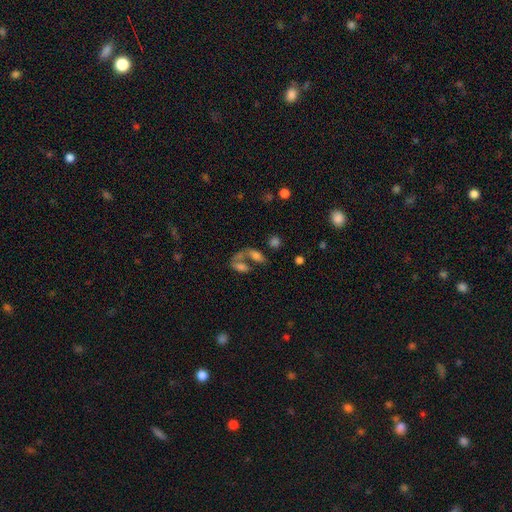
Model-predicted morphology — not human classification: Smooth or featured? smooth (62%)
How rounded? in between (80%)
Merging? merger (56%)